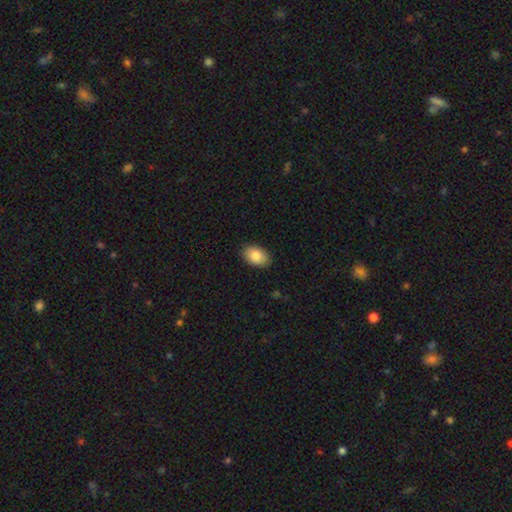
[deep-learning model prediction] This is clearly a smooth galaxy (85%). How rounded: clearly in between (90%). Merging: clearly none (89%).